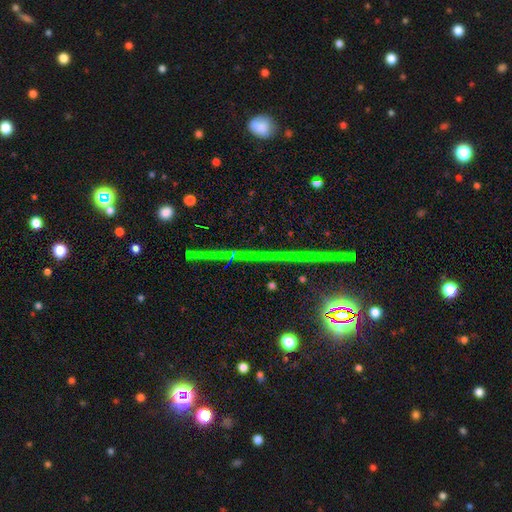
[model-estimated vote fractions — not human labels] A star or artifact, not a galaxy (79%).